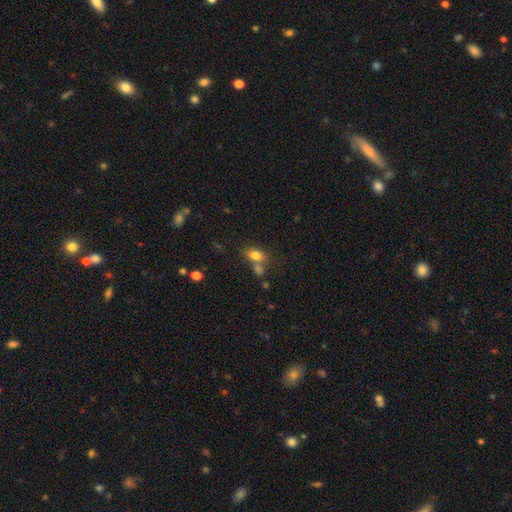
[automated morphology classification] A smooth galaxy with no disk features (79%) that is in between round and cigar-shaped (82%). Merging: none (50%).